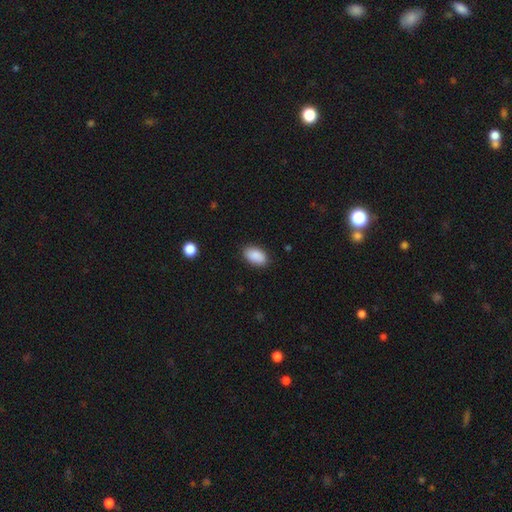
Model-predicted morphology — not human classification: The model was most divided on "merging": none: 86%, minor disturbance: 10%, major disturbance: 2%, merger: 1%. More confident: how rounded — in between (93%); smooth or featured — smooth (89%).